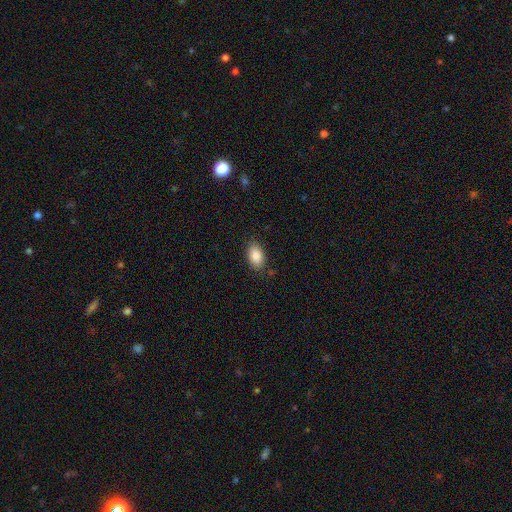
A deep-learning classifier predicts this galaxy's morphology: Smooth or featured: smooth — 87% (star or artifact — 7%)
How rounded: in between — 92% (round — 7%)
Merging: none — 84% (minor disturbance — 12%)